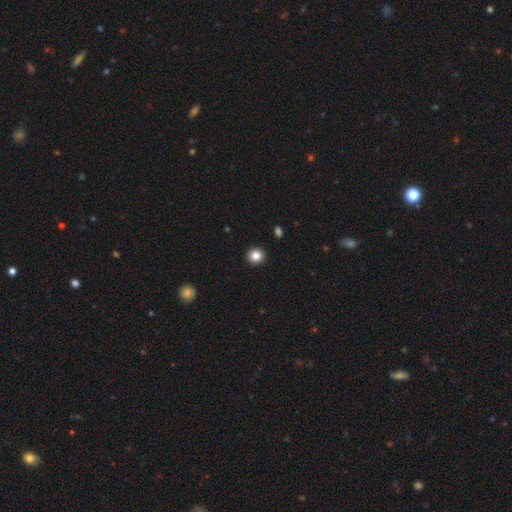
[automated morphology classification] A smooth galaxy with no disk features (84%) that is round (93%).

Vote fractions:
- Smooth or featured? smooth: 84% / star or artifact: 11% / featured or disk: 5%
- How rounded? round: 93% / in between: 6% / cigar-shaped: 1%
- Merging? none: 93% / minor disturbance: 4% / major disturbance: 1% / merger: 1%